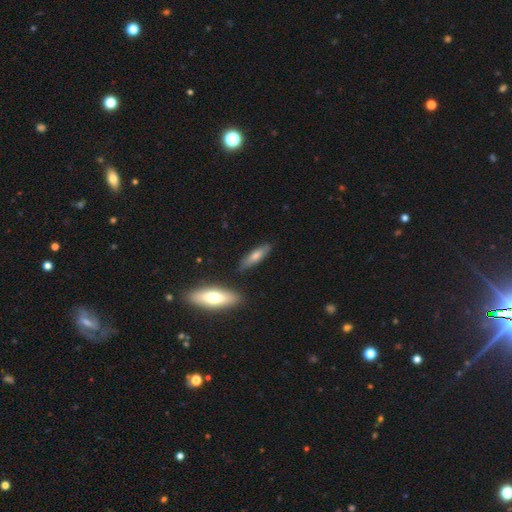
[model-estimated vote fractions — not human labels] Smooth or featured?
  - smooth: 69% *
  - featured or disk: 25%
  - star or artifact: 6%
How rounded?
  - cigar-shaped: 60% *
  - in between: 38%
  - round: 2%
Merging?
  - none: 80% *
  - minor disturbance: 14%
  - merger: 4%
  - major disturbance: 3%